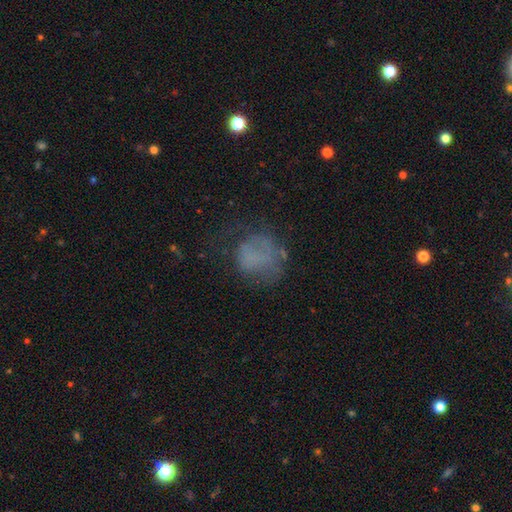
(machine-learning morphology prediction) smooth-or-featured: smooth: 54% | featured or disk: 28% | star or artifact: 19%
  how-rounded: round: 71% | in between: 28% | cigar-shaped: 1%
  merging: none: 46% | major disturbance: 29% | minor disturbance: 23% | merger: 3%